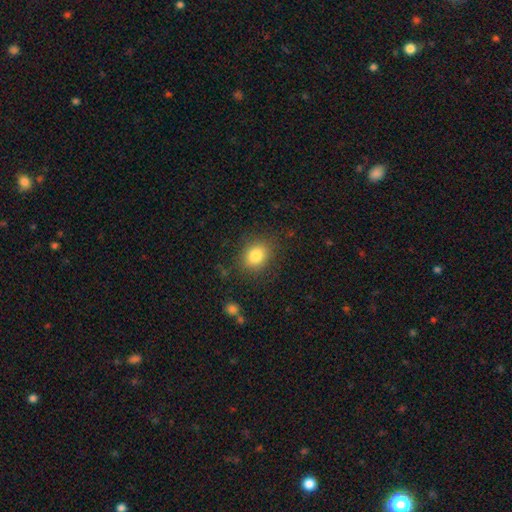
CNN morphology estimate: Smooth or featured: smooth — 83% (star or artifact — 10%)
How rounded: round — 54% (in between — 45%)
Merging: none — 84% (minor disturbance — 11%)